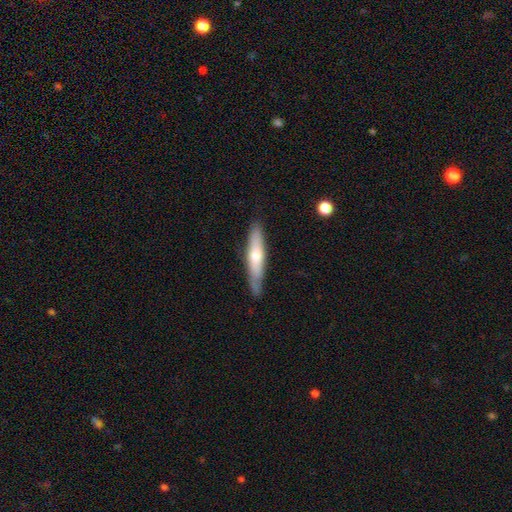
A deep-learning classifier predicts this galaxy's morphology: smooth-or-featured: smooth: 54% | featured or disk: 41% | star or artifact: 5%
  how-rounded: cigar-shaped: 87% | in between: 12% | round: 1%
  merging: none: 84% | minor disturbance: 13% | major disturbance: 2% | merger: 1%